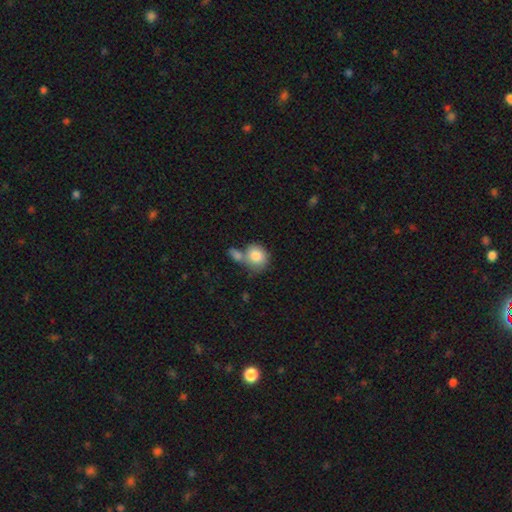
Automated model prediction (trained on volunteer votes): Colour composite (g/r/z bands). It shows a smooth galaxy with no disk features (83%) that is round (64%). Merging: merger (45%).